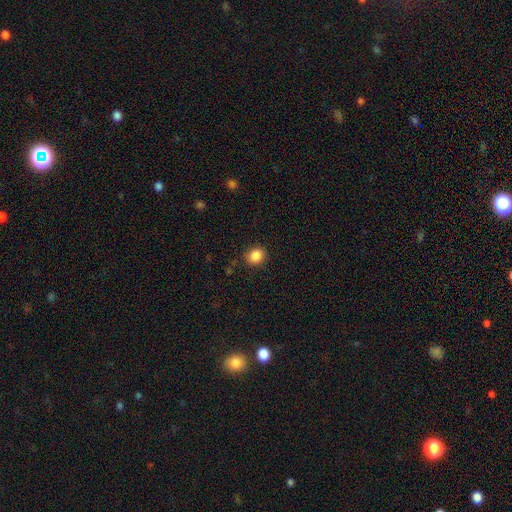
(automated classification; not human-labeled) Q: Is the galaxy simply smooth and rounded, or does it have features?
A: smooth — 86%.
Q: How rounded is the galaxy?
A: round — 72%.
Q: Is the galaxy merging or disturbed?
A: none — 86%.